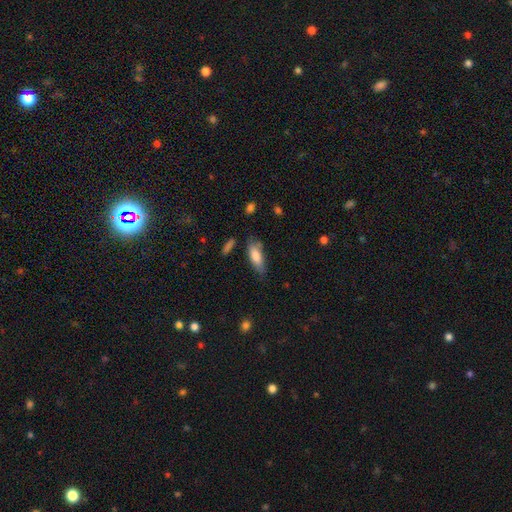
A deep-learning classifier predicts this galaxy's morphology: smooth 78%, featured or disk 16%, star or artifact 6%. Down the decision tree: how rounded — in between (62%); merging — none (67%).